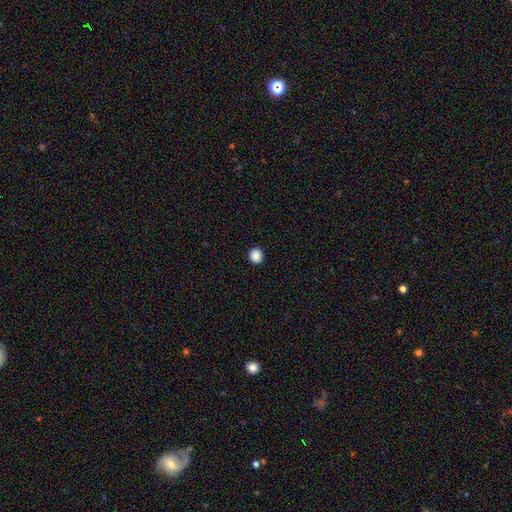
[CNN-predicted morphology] smooth 88%, star or artifact 10%, featured or disk 2%. Down the decision tree: how rounded — round (91%); merging — none (93%).